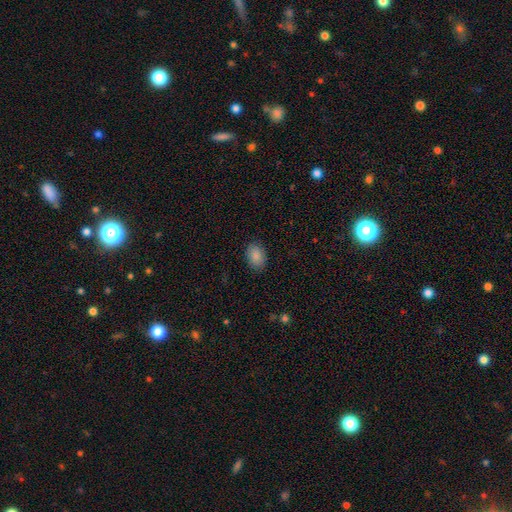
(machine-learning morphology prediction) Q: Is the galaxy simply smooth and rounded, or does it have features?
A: smooth — 88%.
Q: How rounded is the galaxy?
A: in between — 84%.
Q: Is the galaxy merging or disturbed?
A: none — 88%.